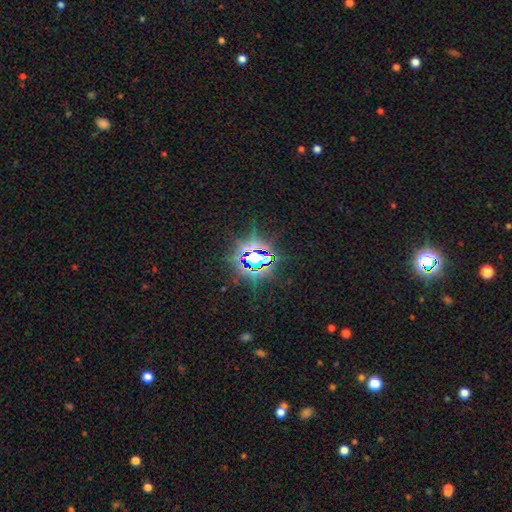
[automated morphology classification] The model was most divided on "smooth or featured": star or artifact: 80%, smooth: 11%, featured or disk: 10%.